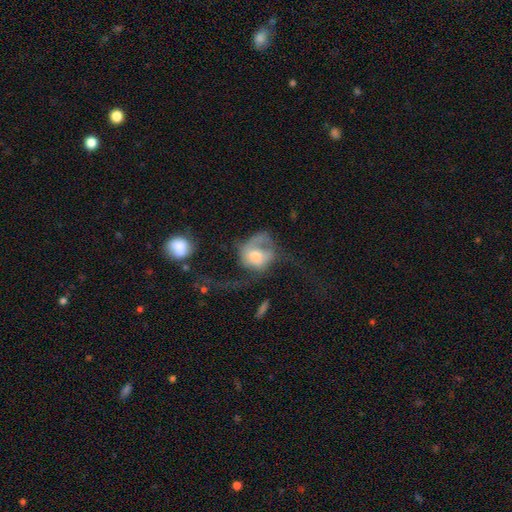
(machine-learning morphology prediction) This appears to be a featured or disk galaxy (54%) with no bar (69%), spiral arms (63%) and a moderate central bulge (45%). Merging: major disturbance (61%).